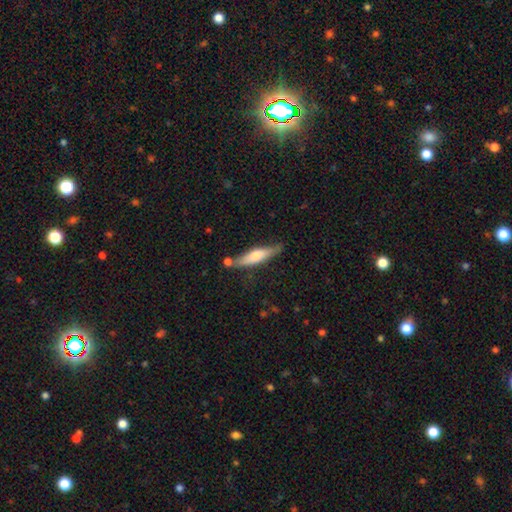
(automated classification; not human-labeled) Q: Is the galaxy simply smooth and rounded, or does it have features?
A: smooth — 56%.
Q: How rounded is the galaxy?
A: cigar-shaped — 76%.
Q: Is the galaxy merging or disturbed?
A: none — 67%.